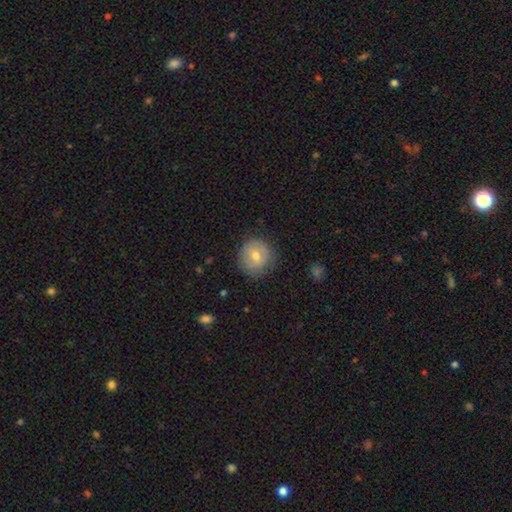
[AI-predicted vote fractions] The model was most divided on "smooth or featured": smooth: 71%, featured or disk: 20%, star or artifact: 10%. More confident: how rounded — round (90%); merging — none (83%).